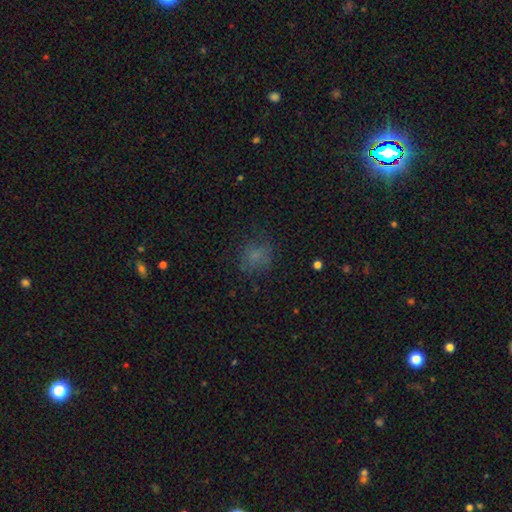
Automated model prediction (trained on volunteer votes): Overall: smooth (69%). How rounded: round (76%). Merging: none (73%).